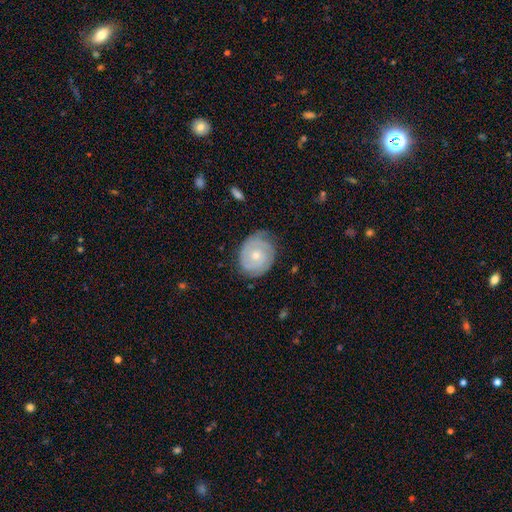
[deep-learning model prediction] Smooth or featured?
  - featured or disk: 75% *
  - smooth: 20%
  - star or artifact: 6%
Edge-on disk?
  - no: 97% *
  - yes: 3%
Bar?
  - no: 78% *
  - weak: 19%
  - strong: 3%
Spiral arms?
  - yes: 91% *
  - no: 9%
Spiral winding?
  - tight: 73% *
  - medium: 21%
  - loose: 6%
Spiral arm count?
  - 2: 39% *
  - can't tell: 31%
  - 3: 17%
  - 1: 6%
  - 4: 5%
  - more than 4: 3%
Bulge size?
  - small: 53% *
  - moderate: 44%
  - large: 1%
  - none: 1%
  - dominant: 1%
Merging?
  - none: 71% *
  - minor disturbance: 22%
  - major disturbance: 6%
  - merger: 1%